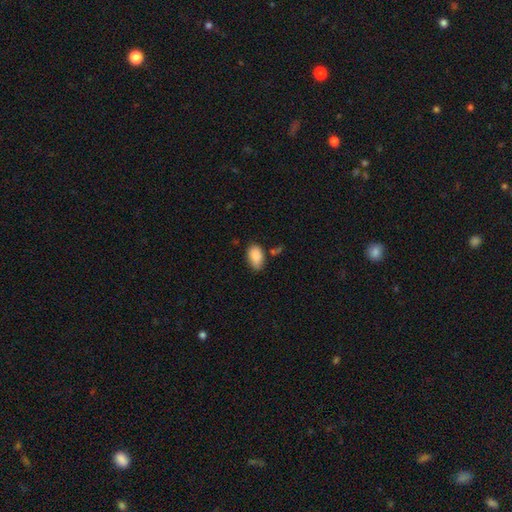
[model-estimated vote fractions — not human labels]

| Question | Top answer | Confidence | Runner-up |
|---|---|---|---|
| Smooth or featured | smooth | 88% | star or artifact (7%) |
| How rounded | in between | 92% | round (6%) |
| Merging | none | 64% | minor disturbance (25%) |